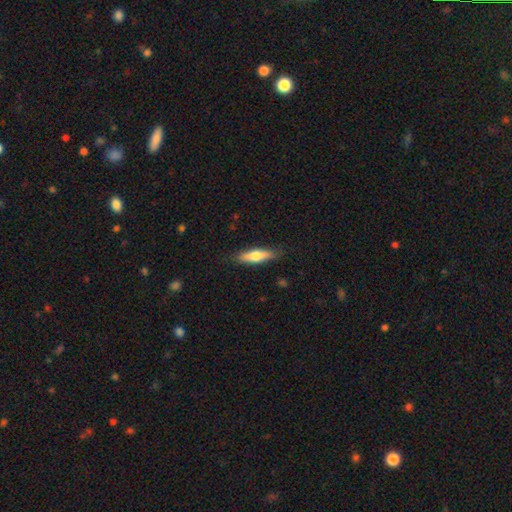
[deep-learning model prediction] A smooth galaxy with no disk features (61%) that is cigar-shaped (66%).

Vote fractions:
- Smooth or featured? smooth: 61% / featured or disk: 34% / star or artifact: 6%
- How rounded? cigar-shaped: 66% / in between: 32% / round: 2%
- Merging? none: 87% / minor disturbance: 10% / major disturbance: 2% / merger: 1%